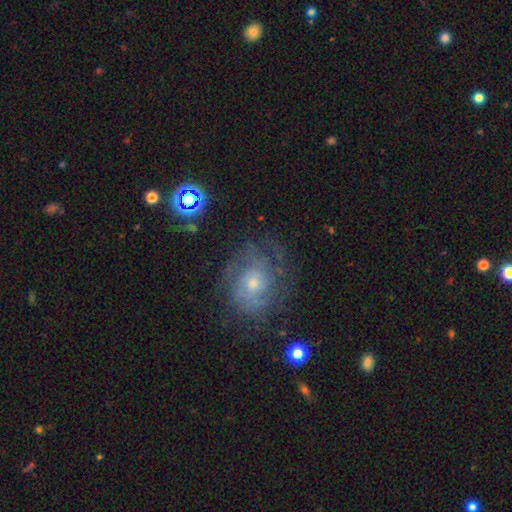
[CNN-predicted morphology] smooth-or-featured: featured or disk: 64% | smooth: 19% | star or artifact: 17%
  disk-edge-on: no: 97% | yes: 3%
    bar: no: 75% | weak: 21% | strong: 4%
    has-spiral-arms: yes: 87% | no: 13%
      spiral-winding: tight: 58% | medium: 32% | loose: 10%
      spiral-arm-count: can't tell: 49% | 2: 18% | 3: 14% | 4: 8% | 1: 6% | more than 4: 6%
    bulge-size: small: 53% | moderate: 40% | large: 3% | none: 2% | dominant: 1%
  merging: none: 74% | minor disturbance: 16% | major disturbance: 9% | merger: 1%